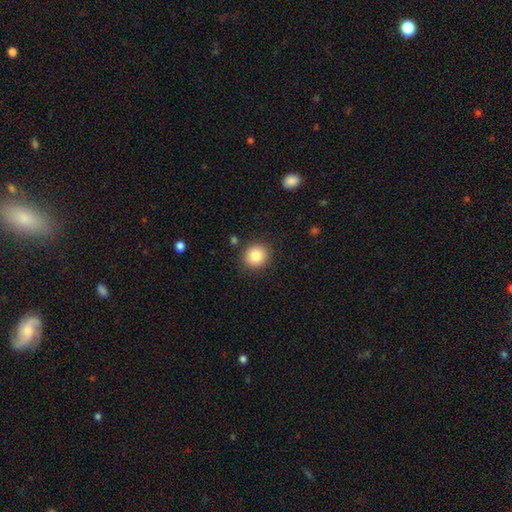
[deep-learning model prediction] Morphology: type=smooth (85%); roundness=round (88%); merging=none (89%).